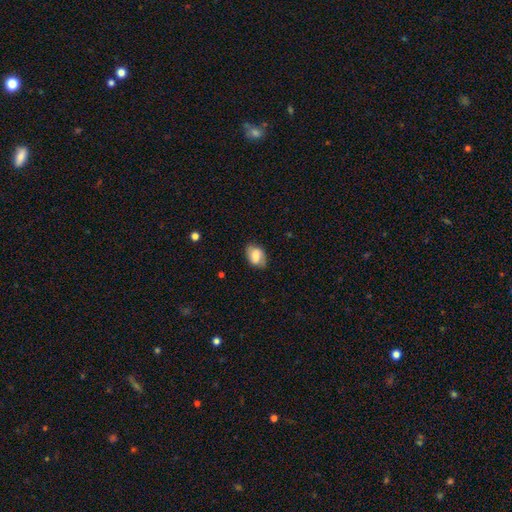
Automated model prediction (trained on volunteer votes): Smooth or featured: smooth — 61% (featured or disk — 31%)
How rounded: in between — 83% (round — 15%)
Merging: none — 74% (minor disturbance — 20%)